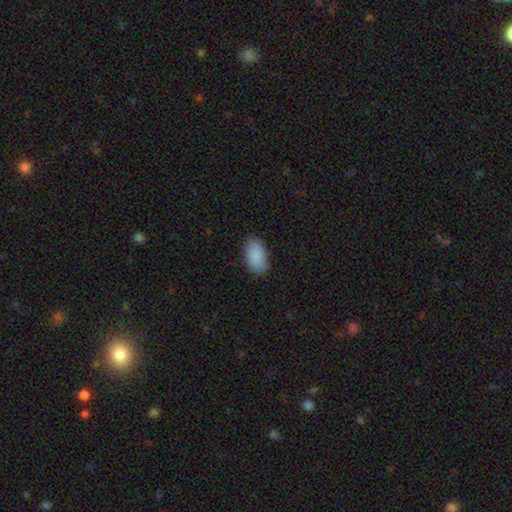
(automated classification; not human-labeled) This is clearly a smooth galaxy (89%). How rounded: clearly in between (94%). Merging: clearly none (81%).